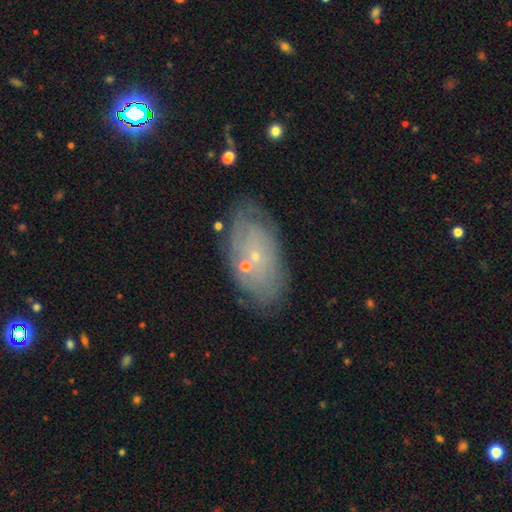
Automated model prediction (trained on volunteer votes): Morphology: type=featured or disk (60%); edge-on=no (92%); bar=no (82%); spiral arms=yes (68%); bulge=small (86%); merging=none (74%).